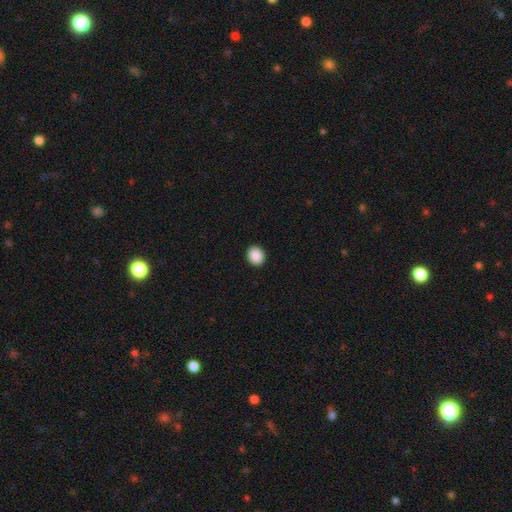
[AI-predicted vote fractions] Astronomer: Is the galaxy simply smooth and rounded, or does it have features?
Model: smooth — 90%.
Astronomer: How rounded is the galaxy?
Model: round — 73%.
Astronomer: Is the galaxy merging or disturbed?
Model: none — 92%.